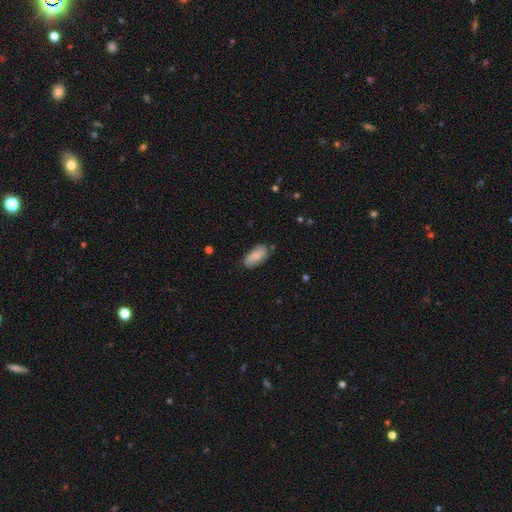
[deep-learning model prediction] This is likely a smooth galaxy (72%). How rounded: clearly in between (90%). Merging: likely none (75%).